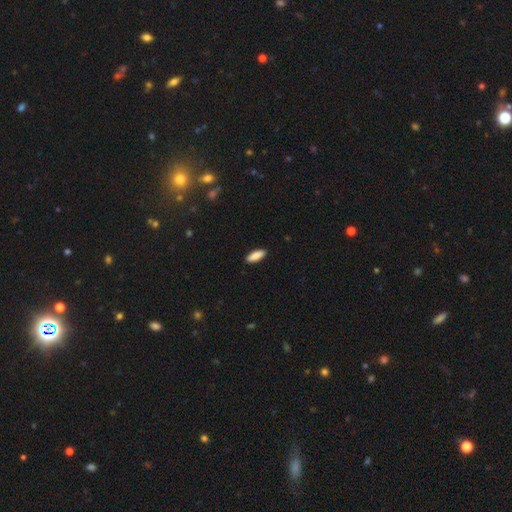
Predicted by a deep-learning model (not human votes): Smooth or featured?
  - smooth: 86% *
  - featured or disk: 8%
  - star or artifact: 6%
How rounded?
  - in between: 59% *
  - cigar-shaped: 39%
  - round: 2%
Merging?
  - none: 90% *
  - minor disturbance: 7%
  - major disturbance: 2%
  - merger: 1%